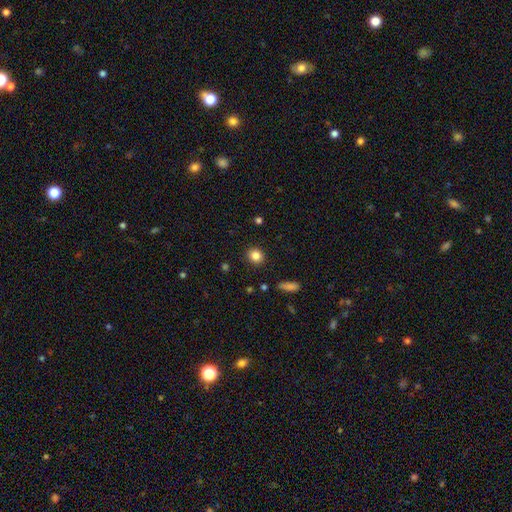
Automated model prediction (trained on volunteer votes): smooth 84%, star or artifact 11%, featured or disk 6%. Down the decision tree: how rounded — round (83%); merging — none (90%).